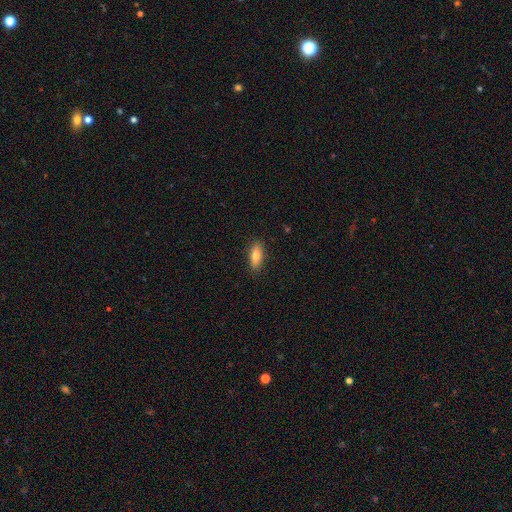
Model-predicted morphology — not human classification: type=smooth (78%); roundness=in between (70%); merging=none (88%).